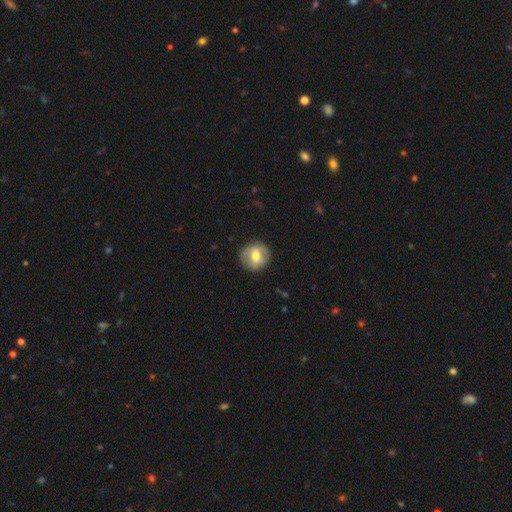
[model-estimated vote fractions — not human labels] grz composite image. It shows a smooth galaxy with no disk features (53%) that is round (88%). Merging: none (86%).